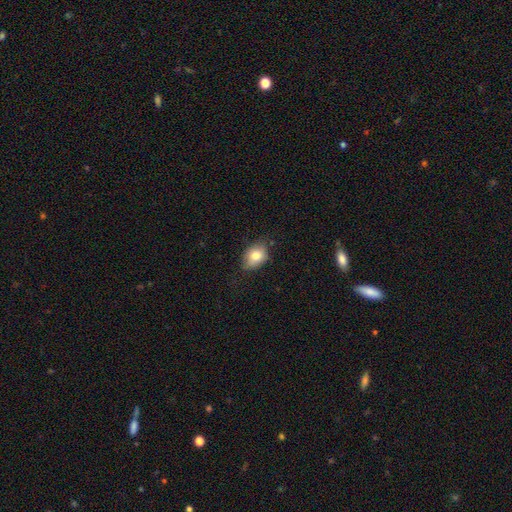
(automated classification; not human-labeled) This is likely a smooth galaxy (79%). How rounded: likely in between (66%). Merging: likely none (69%).